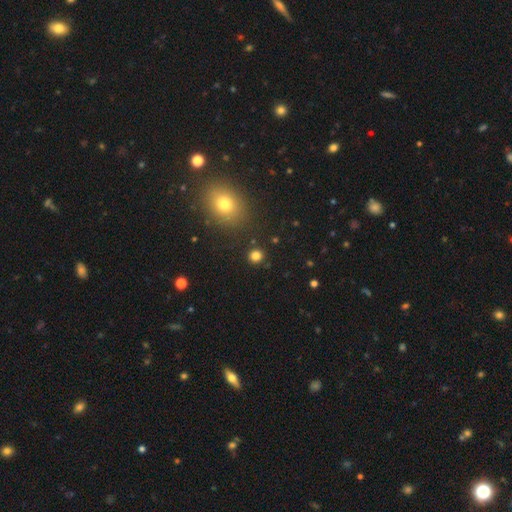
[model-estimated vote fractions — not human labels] smooth_or_featured: smooth (p=0.81) [alt: star or artifact p=0.15]
how_rounded: round (p=0.89) [alt: in between p=0.10]
merging: none (p=0.90) [alt: minor disturbance p=0.06]